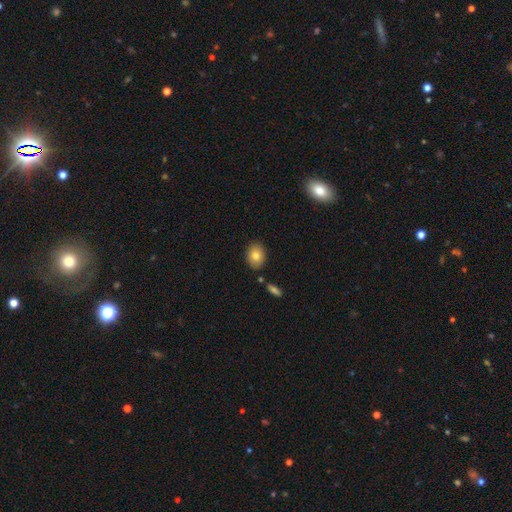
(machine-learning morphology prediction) Smooth or featured?
  - smooth: 79% *
  - featured or disk: 12%
  - star or artifact: 9%
How rounded?
  - in between: 63% *
  - round: 36%
  - cigar-shaped: 1%
Merging?
  - none: 84% *
  - minor disturbance: 10%
  - merger: 4%
  - major disturbance: 2%